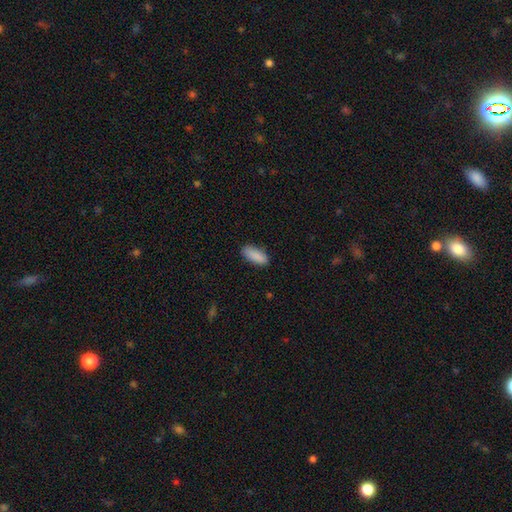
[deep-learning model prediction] Smooth or featured?
  - smooth: 90% *
  - star or artifact: 7%
  - featured or disk: 4%
How rounded?
  - in between: 82% *
  - cigar-shaped: 16%
  - round: 2%
Merging?
  - none: 84% *
  - minor disturbance: 12%
  - major disturbance: 2%
  - merger: 1%